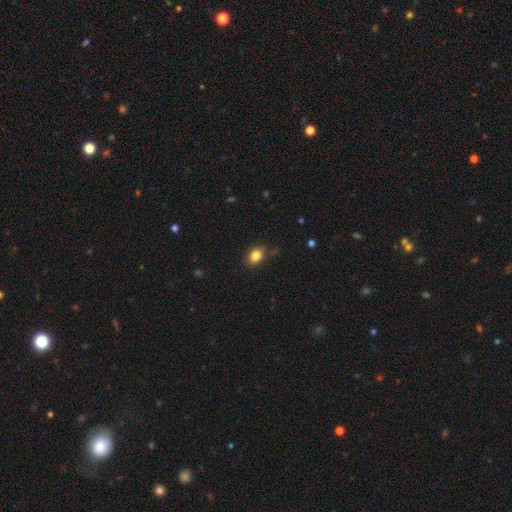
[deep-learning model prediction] The model was most divided on "how rounded": in between: 76%, round: 23%, cigar-shaped: 1%. More confident: smooth or featured — smooth (84%); merging — none (82%).